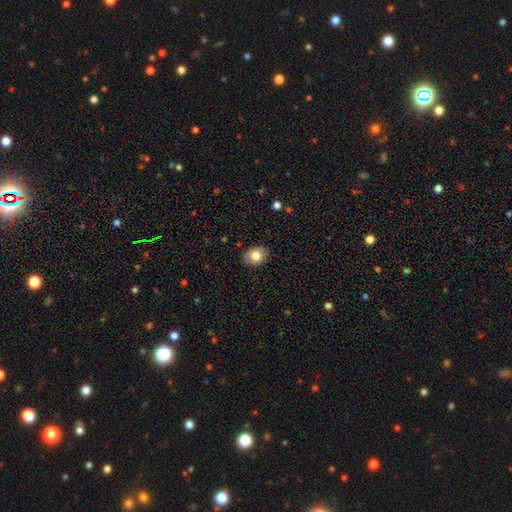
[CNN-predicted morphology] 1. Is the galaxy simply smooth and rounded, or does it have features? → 78% smooth, 15% featured or disk, 8% star or artifact.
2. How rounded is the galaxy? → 70% in between, 29% round, 1% cigar-shaped.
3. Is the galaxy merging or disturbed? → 87% none, 10% minor disturbance, 2% major disturbance, 1% merger.